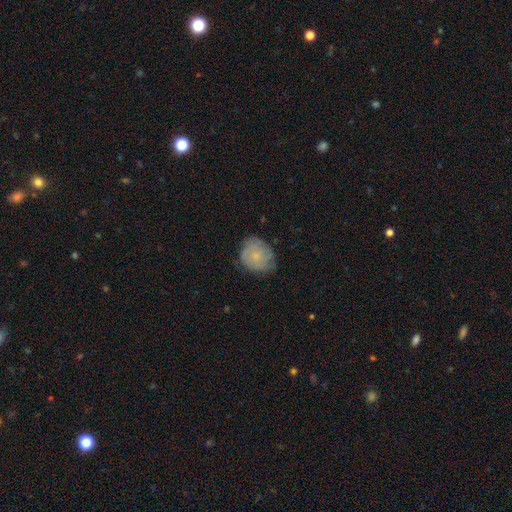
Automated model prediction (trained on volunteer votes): A smooth galaxy with no disk features (60%) that is round (72%). Merging: none (69%).